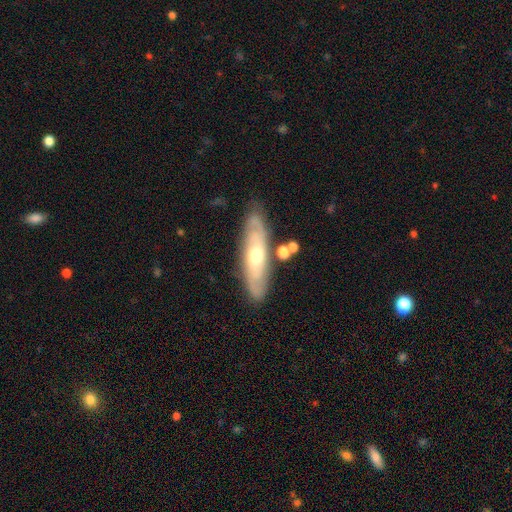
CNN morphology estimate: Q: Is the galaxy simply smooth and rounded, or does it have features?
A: featured or disk — 67%.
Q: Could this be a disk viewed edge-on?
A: no — 66%.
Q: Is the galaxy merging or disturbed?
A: none — 80%.